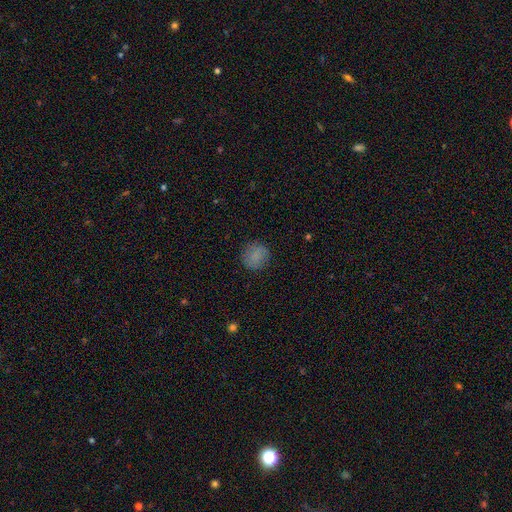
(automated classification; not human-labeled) A smooth galaxy with no disk features (82%) that is round (89%).

Vote fractions:
- Smooth or featured? smooth: 82% / star or artifact: 10% / featured or disk: 8%
- How rounded? round: 89% / in between: 10% / cigar-shaped: 1%
- Merging? none: 84% / minor disturbance: 11% / major disturbance: 3% / merger: 1%